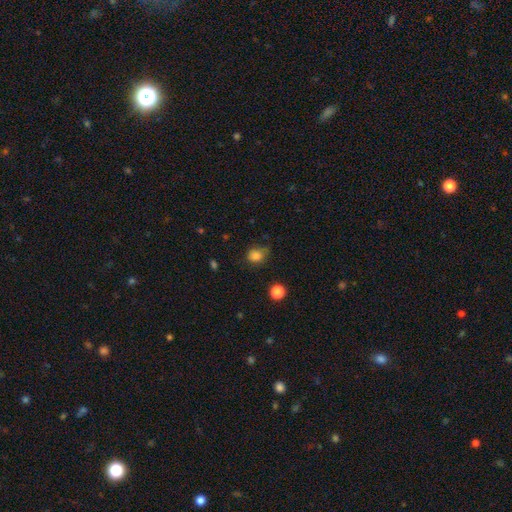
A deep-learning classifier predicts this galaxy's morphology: A smooth galaxy with no disk features (82%) that is round (70%).

Vote fractions:
- Smooth or featured? smooth: 82% / star or artifact: 13% / featured or disk: 5%
- How rounded? round: 70% / in between: 29% / cigar-shaped: 1%
- Merging? none: 62% / minor disturbance: 27% / major disturbance: 7% / merger: 3%